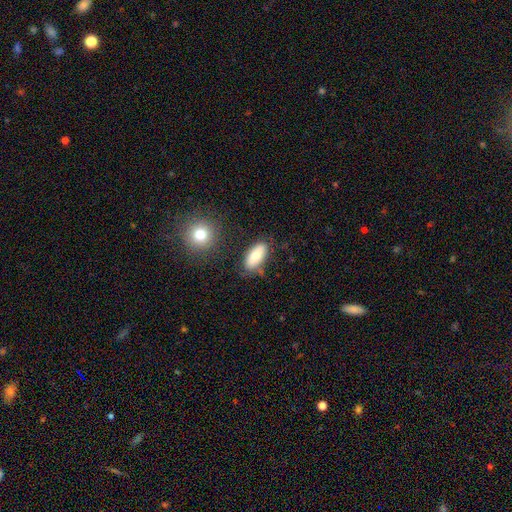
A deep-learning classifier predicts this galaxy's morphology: Smooth or featured: smooth — 83% (featured or disk — 11%)
How rounded: in between — 85% (cigar-shaped — 12%)
Merging: none — 77% (minor disturbance — 15%)